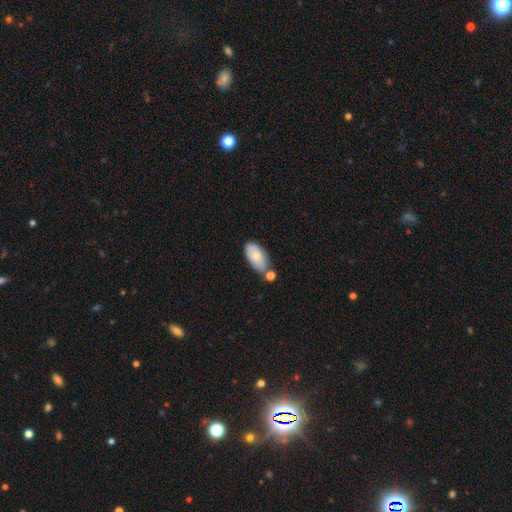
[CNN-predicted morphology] Smooth or featured?
  - smooth: 77% *
  - featured or disk: 17%
  - star or artifact: 6%
How rounded?
  - in between: 94% *
  - cigar-shaped: 3%
  - round: 2%
Merging?
  - none: 55% *
  - merger: 21%
  - minor disturbance: 19%
  - major disturbance: 5%